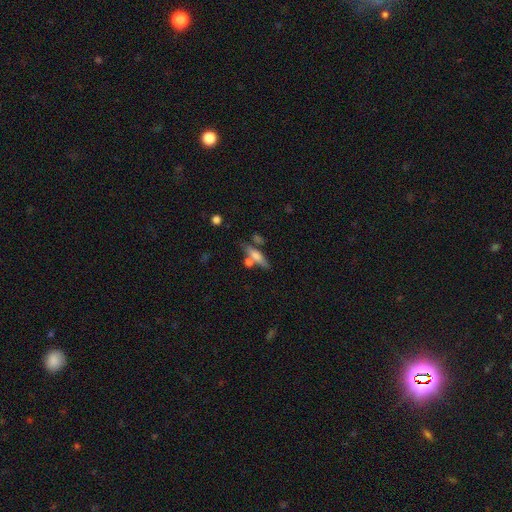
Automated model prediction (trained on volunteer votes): Q: Smooth or featured?
A: smooth (57%); runner-up: featured or disk (35%)
Q: How rounded?
A: cigar-shaped (72%); runner-up: in between (24%)
Q: Merging?
A: none (63%); runner-up: merger (19%)